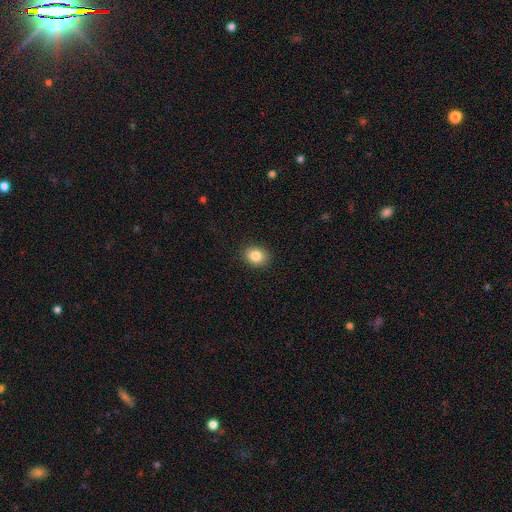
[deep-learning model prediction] This appears to be a smooth galaxy with no disk features (84%) that is in between round and cigar-shaped (50%). Merging: none (90%).